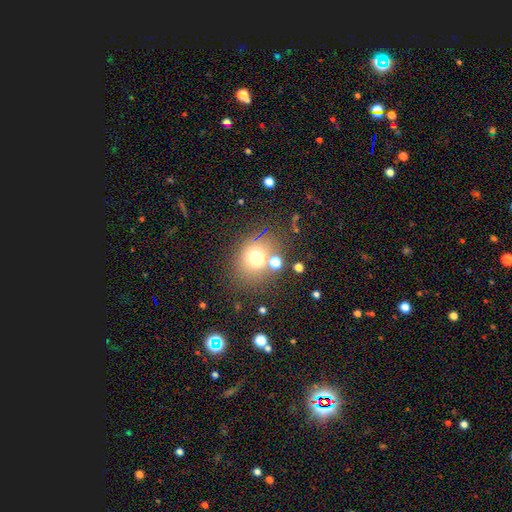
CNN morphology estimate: smooth_or_featured: smooth (p=0.67) [alt: star or artifact p=0.19]
how_rounded: round (p=0.72) [alt: in between p=0.27]
merging: none (p=0.67) [alt: merger p=0.14]